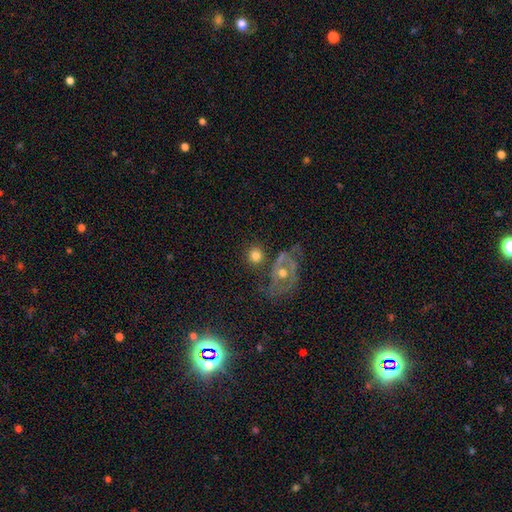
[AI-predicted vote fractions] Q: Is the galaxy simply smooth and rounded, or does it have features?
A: smooth — 73%.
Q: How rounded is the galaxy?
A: round — 86%.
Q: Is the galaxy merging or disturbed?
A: none — 67%.